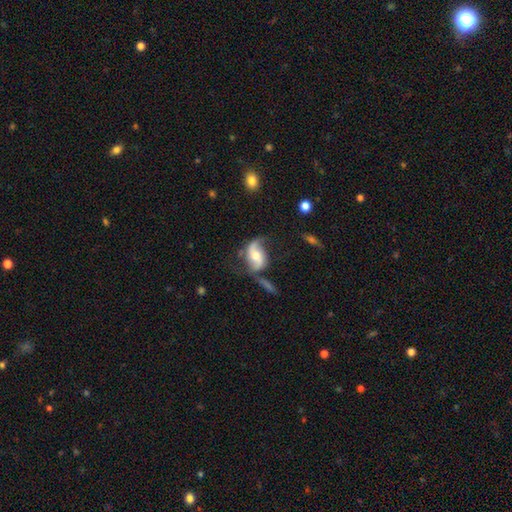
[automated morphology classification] The model was most divided on "bar": no: 48%, weak: 35%, strong: 17%. More confident: edge-on disk — no (96%); spiral arms — yes (91%); spiral arm count — 2 (87%); smooth or featured — featured or disk (76%); spiral winding — loose (71%); bulge size — moderate (65%); merging — none (54%).